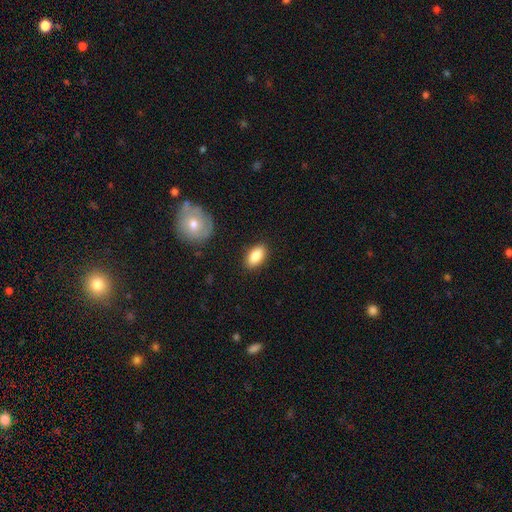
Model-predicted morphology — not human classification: A smooth galaxy with no disk features (87%) that is in between round and cigar-shaped (92%).

Vote fractions:
- Smooth or featured? smooth: 87% / star or artifact: 7% / featured or disk: 6%
- How rounded? in between: 92% / round: 5% / cigar-shaped: 3%
- Merging? none: 88% / minor disturbance: 9% / major disturbance: 2% / merger: 1%